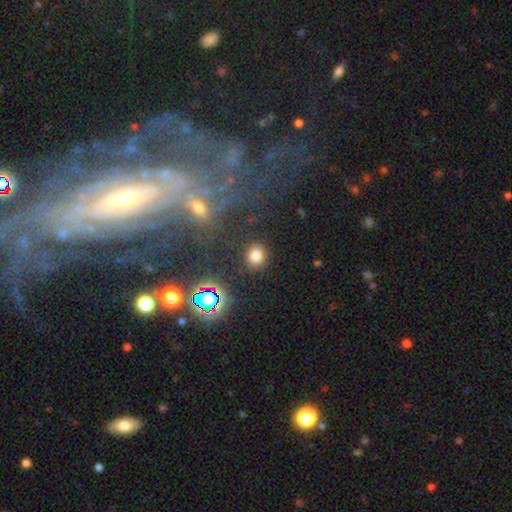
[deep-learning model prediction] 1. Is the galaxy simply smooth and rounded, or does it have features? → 77% smooth, 17% star or artifact, 6% featured or disk.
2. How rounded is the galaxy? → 73% round, 26% in between, 1% cigar-shaped.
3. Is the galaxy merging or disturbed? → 87% none, 8% minor disturbance, 3% major disturbance, 2% merger.